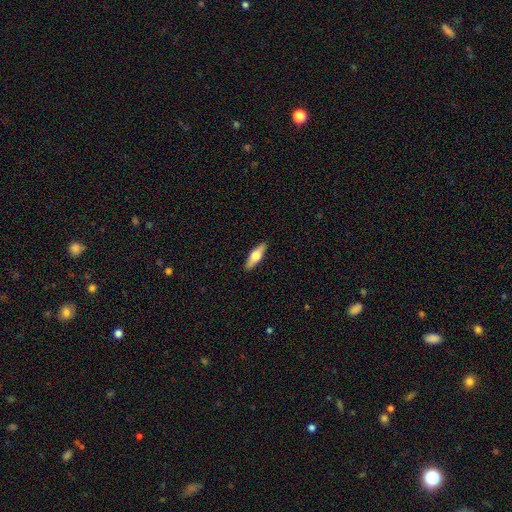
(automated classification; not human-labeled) Smooth or featured? smooth (53%)
How rounded? in between (50%)
Merging? none (90%)